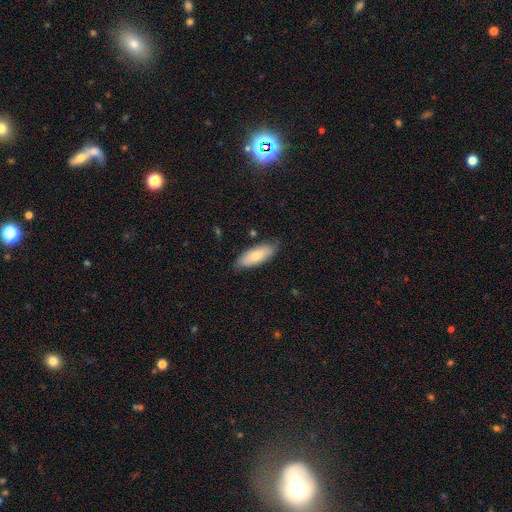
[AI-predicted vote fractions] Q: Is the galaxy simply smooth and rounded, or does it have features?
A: smooth — 72%.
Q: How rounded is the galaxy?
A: in between — 75%.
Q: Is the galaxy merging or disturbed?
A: none — 80%.